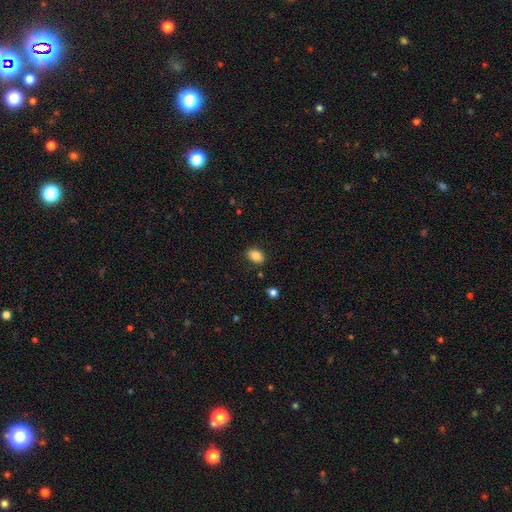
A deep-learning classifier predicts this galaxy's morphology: Smooth or featured? Predicted: smooth (p=0.84). How rounded? Predicted: in between (p=0.76). Merging? Predicted: none (p=0.86).